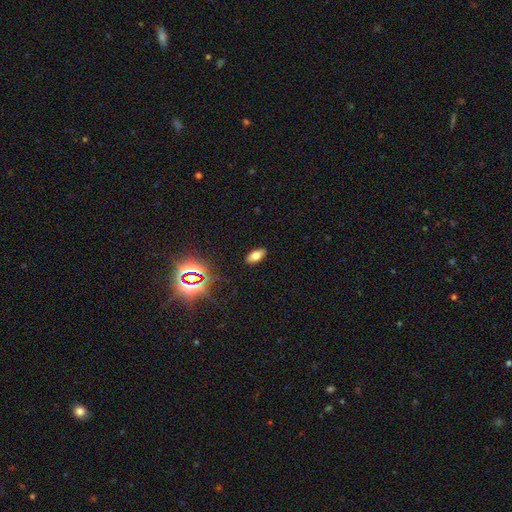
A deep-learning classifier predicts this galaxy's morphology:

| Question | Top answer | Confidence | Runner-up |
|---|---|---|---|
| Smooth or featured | smooth | 70% | star or artifact (16%) |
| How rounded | in between | 86% | cigar-shaped (11%) |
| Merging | none | 89% | minor disturbance (8%) |